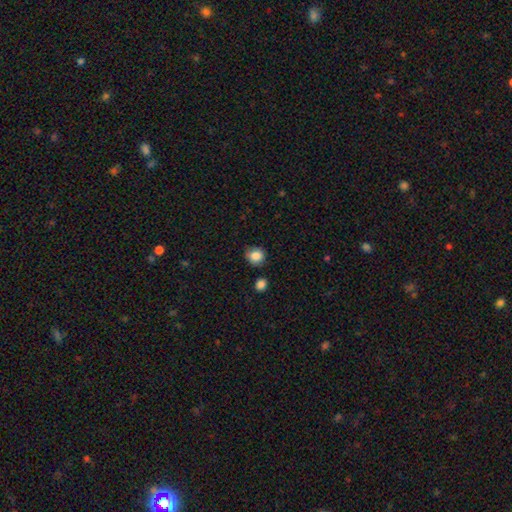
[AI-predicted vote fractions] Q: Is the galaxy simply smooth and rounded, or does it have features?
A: smooth — 86%.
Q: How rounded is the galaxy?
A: round — 83%.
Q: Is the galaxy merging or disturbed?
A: none — 77%.